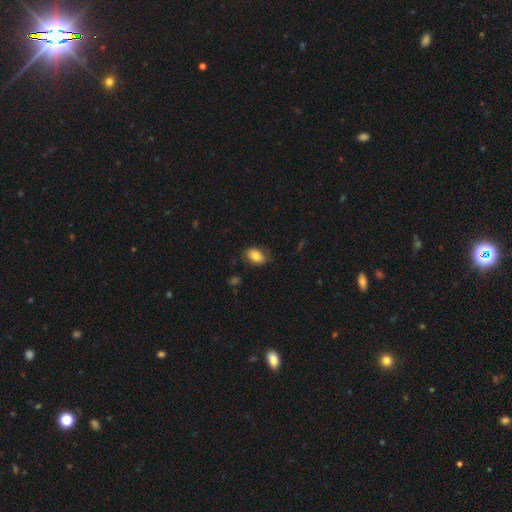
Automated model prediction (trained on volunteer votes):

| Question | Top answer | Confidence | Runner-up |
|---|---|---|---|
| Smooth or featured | smooth | 80% | featured or disk (12%) |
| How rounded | in between | 88% | round (10%) |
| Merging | none | 81% | minor disturbance (15%) |